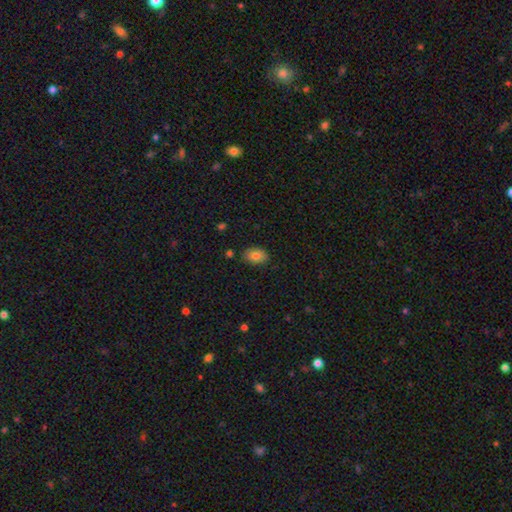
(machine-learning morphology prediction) smooth 82%, featured or disk 10%, star or artifact 8%. Down the decision tree: how rounded — in between (86%); merging — none (84%).